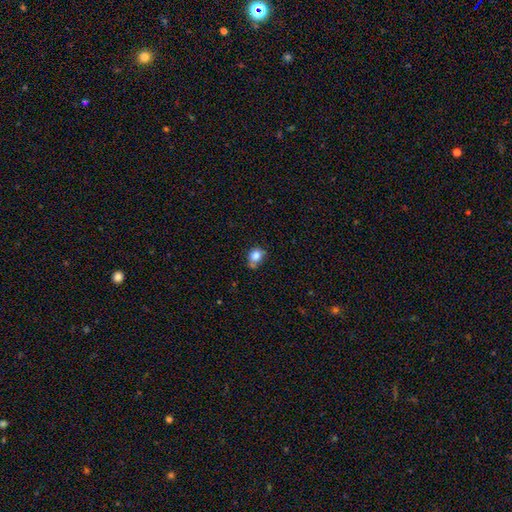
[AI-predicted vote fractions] Morphology: type=smooth (81%); roundness=round (60%); merging=none (53%).